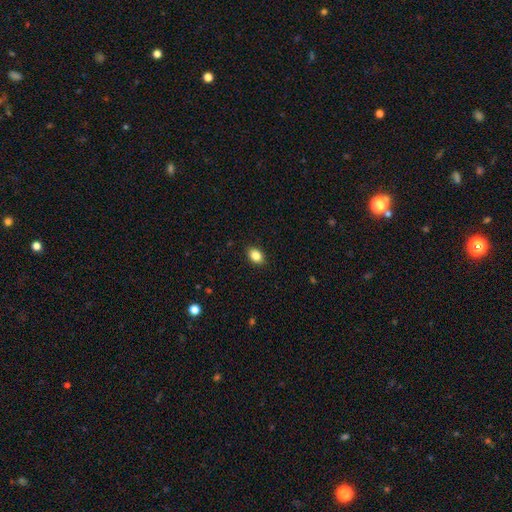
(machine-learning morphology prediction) This is clearly a smooth galaxy (85%). How rounded: likely in between (74%). Merging: clearly none (90%).